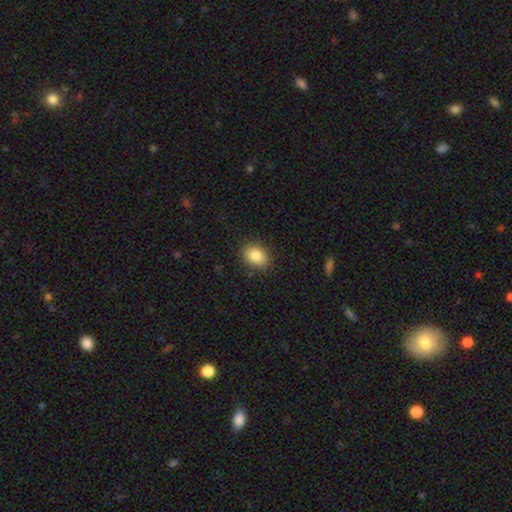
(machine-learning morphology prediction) smooth-or-featured: smooth: 85% | star or artifact: 8% | featured or disk: 6%
  how-rounded: in between: 70% | round: 29% | cigar-shaped: 1%
  merging: none: 86% | minor disturbance: 10% | major disturbance: 3% | merger: 1%